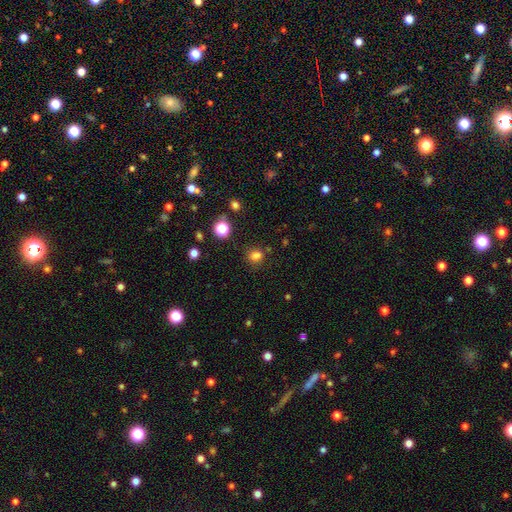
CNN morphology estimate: smooth 77%, star or artifact 18%, featured or disk 5%. Down the decision tree: how rounded — round (66%); merging — none (76%).